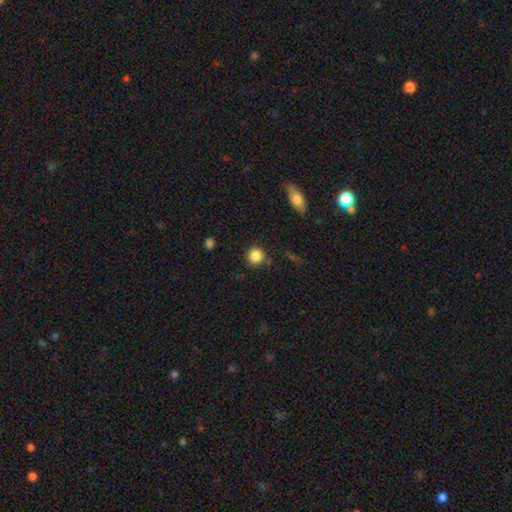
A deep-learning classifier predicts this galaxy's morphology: type=smooth (86%); roundness=round (91%); merging=none (87%).